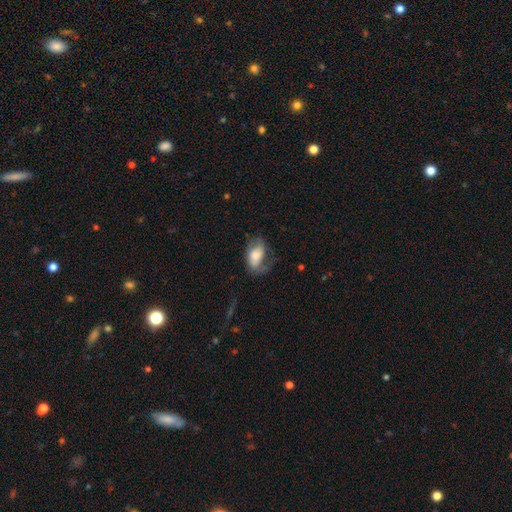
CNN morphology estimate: smooth-or-featured: smooth: 53% | featured or disk: 40% | star or artifact: 7%
  how-rounded: in between: 90% | round: 8% | cigar-shaped: 2%
  merging: none: 40% | major disturbance: 31% | minor disturbance: 27% | merger: 2%